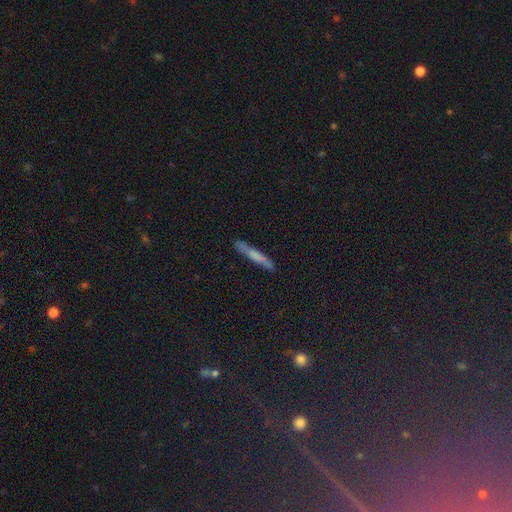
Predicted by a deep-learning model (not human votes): smooth-or-featured: smooth: 57% | featured or disk: 33% | star or artifact: 10%
  how-rounded: cigar-shaped: 93% | in between: 5% | round: 2%
  merging: none: 85% | minor disturbance: 11% | major disturbance: 2% | merger: 2%